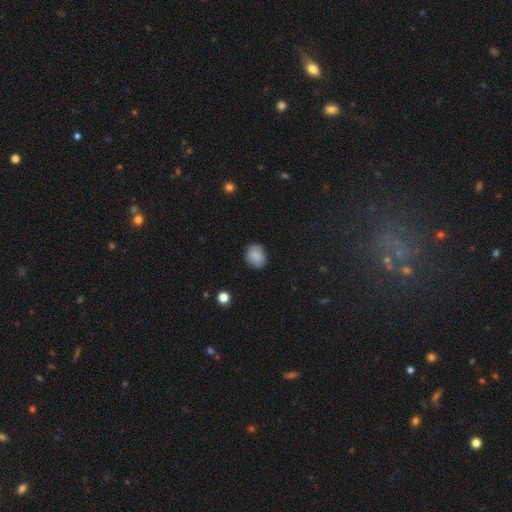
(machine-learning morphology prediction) Smooth or featured: smooth — 87% (star or artifact — 8%)
How rounded: in between — 53% (round — 46%)
Merging: none — 84% (minor disturbance — 13%)